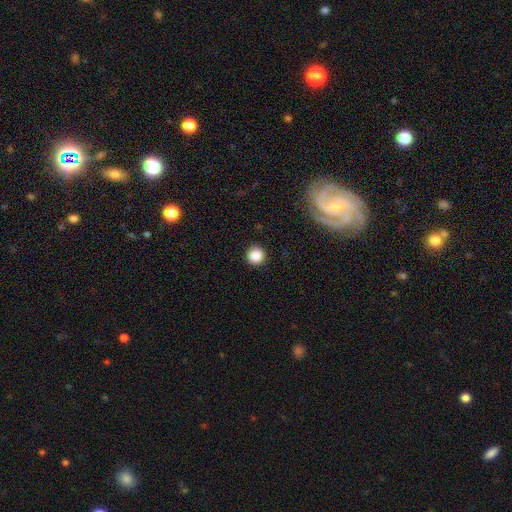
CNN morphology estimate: Q: Smooth or featured?
A: smooth (87%); runner-up: star or artifact (10%)
Q: How rounded?
A: round (95%); runner-up: in between (4%)
Q: Merging?
A: none (91%); runner-up: minor disturbance (5%)